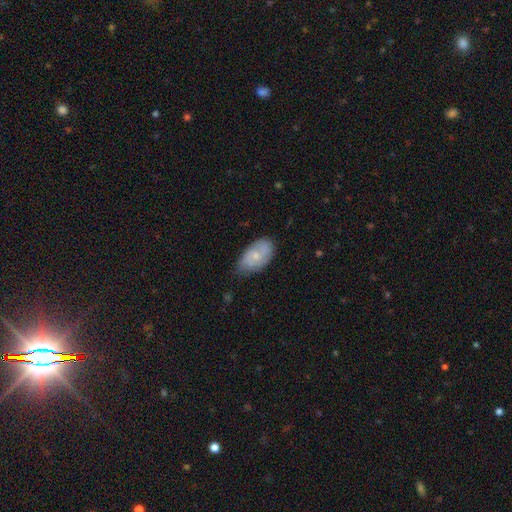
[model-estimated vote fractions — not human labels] Morphology: type=smooth (58%); roundness=in between (93%); merging=none (62%).